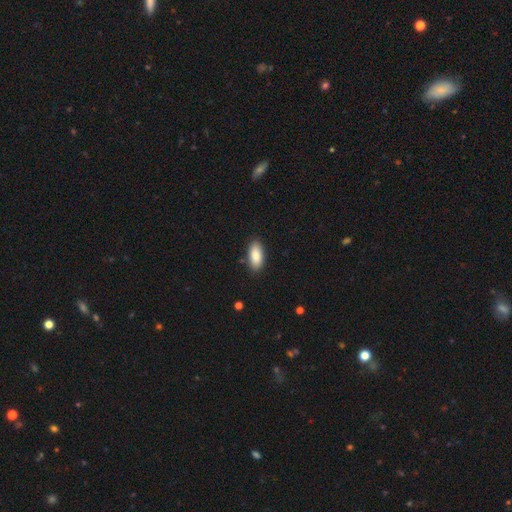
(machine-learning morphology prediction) A smooth galaxy with no disk features (88%) that is in between round and cigar-shaped (89%). Merging: none (87%).